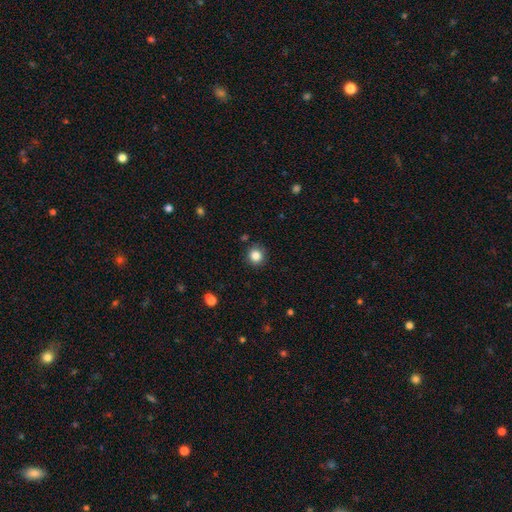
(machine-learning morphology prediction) type=smooth (84%); roundness=round (90%); merging=none (88%).